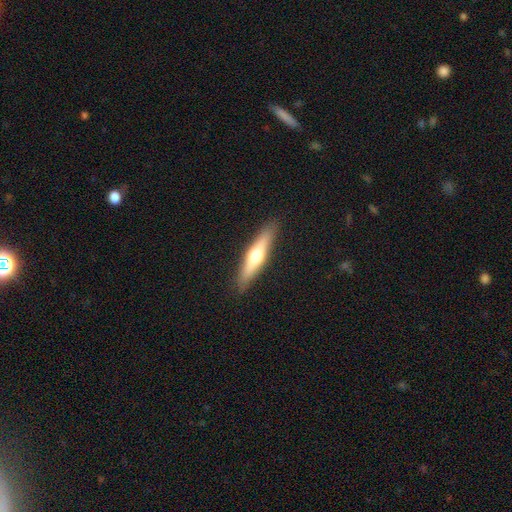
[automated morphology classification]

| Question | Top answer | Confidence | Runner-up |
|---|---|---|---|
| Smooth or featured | featured or disk | 49% | smooth (45%) |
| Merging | none | 89% | minor disturbance (8%) |